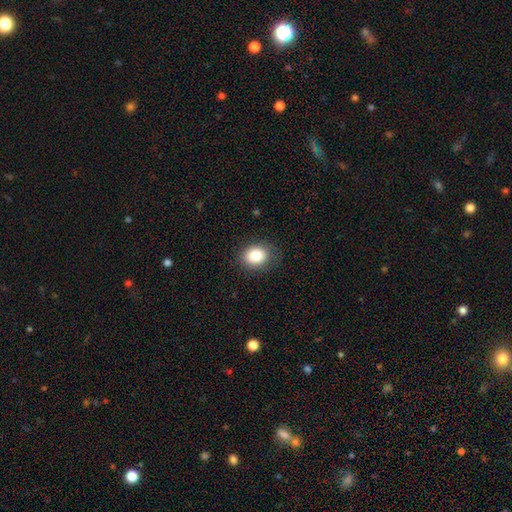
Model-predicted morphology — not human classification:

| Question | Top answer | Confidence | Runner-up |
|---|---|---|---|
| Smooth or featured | smooth | 85% | star or artifact (9%) |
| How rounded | in between | 50% | round (49%) |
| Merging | none | 83% | minor disturbance (12%) |